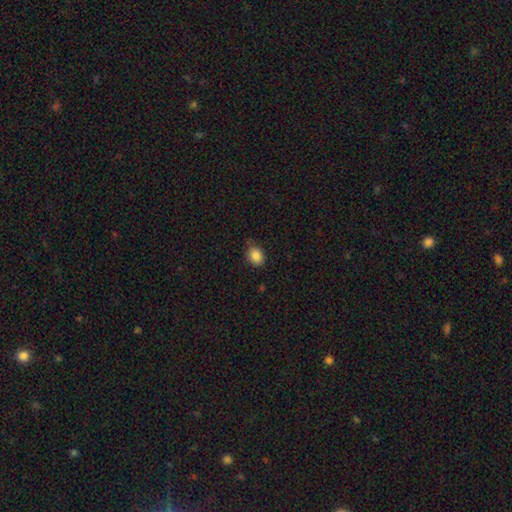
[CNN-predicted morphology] smooth 86%, star or artifact 9%, featured or disk 5%. Down the decision tree: how rounded — in between (63%); merging — none (73%).